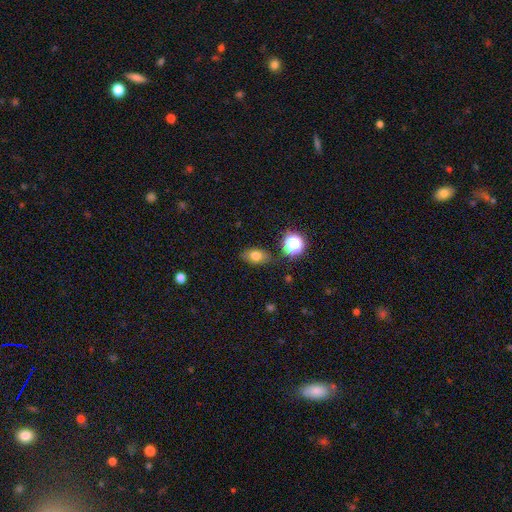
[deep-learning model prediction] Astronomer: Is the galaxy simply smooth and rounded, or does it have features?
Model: smooth — 73%.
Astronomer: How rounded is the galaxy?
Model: in between — 80%.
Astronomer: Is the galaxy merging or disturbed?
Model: none — 80%.